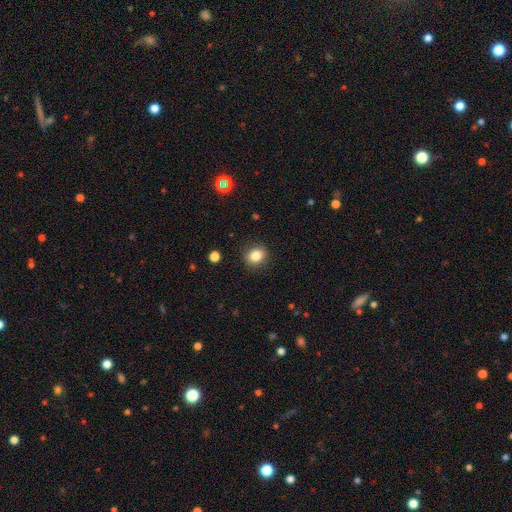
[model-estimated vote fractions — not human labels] Overall: smooth (82%). How rounded: round (69%; in between 30%). Merging: none (89%).